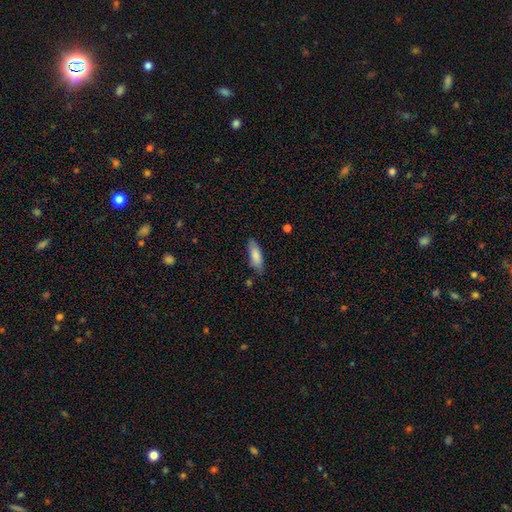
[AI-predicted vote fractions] A smooth galaxy with no disk features (84%) that is in between round and cigar-shaped (58%).

Vote fractions:
- Smooth or featured? smooth: 84% / featured or disk: 10% / star or artifact: 6%
- How rounded? in between: 58% / cigar-shaped: 40% / round: 2%
- Merging? none: 80% / minor disturbance: 15% / major disturbance: 3% / merger: 2%